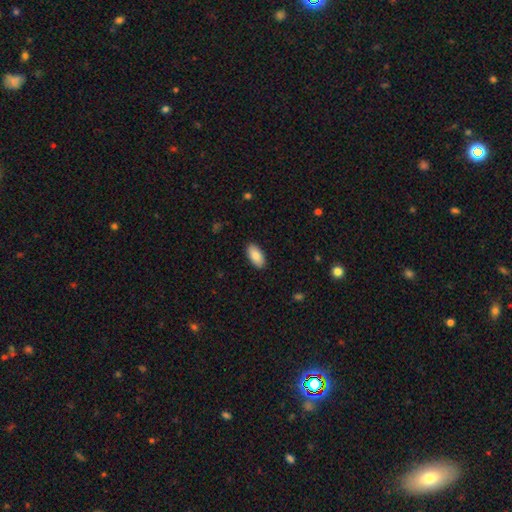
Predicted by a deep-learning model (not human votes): Smooth or featured? smooth (87%)
How rounded? in between (94%)
Merging? none (90%)